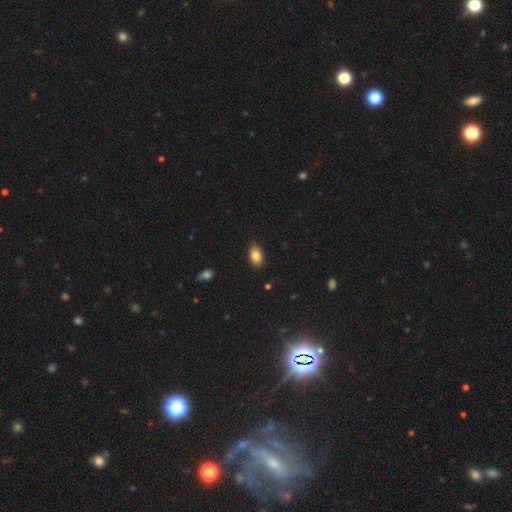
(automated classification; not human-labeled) The model was most divided on "smooth or featured": smooth: 84%, star or artifact: 8%, featured or disk: 8%. More confident: how rounded — in between (92%); merging — none (87%).